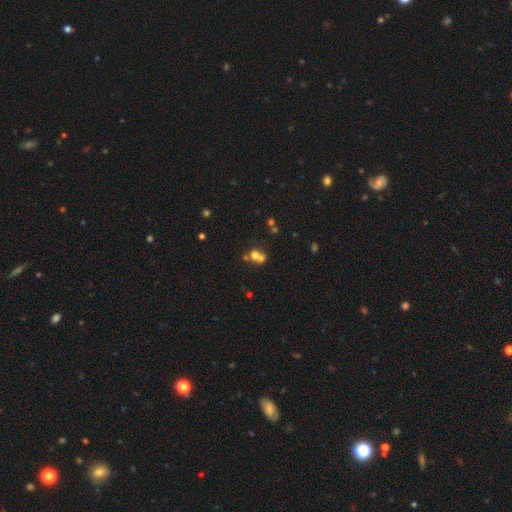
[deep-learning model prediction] This appears to be a smooth galaxy with no disk features (62%) that is round (73%). Merging: merger (56%).